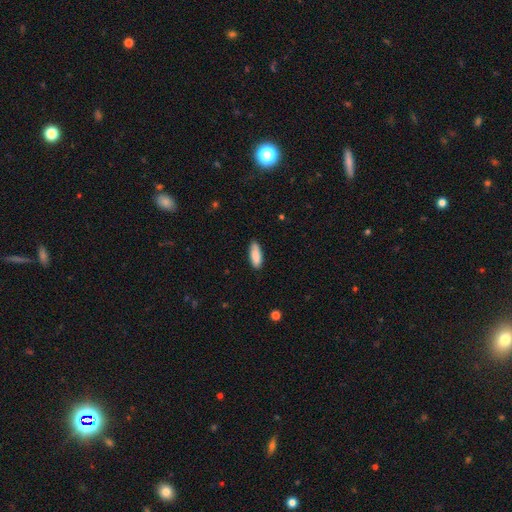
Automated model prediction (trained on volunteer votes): Smooth or featured? smooth (89%)
How rounded? in between (67%)
Merging? none (83%)